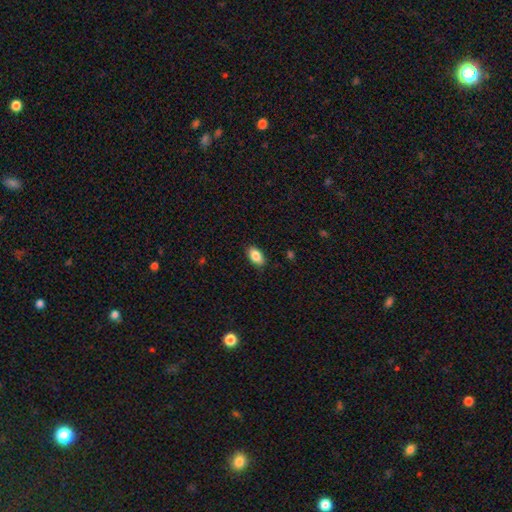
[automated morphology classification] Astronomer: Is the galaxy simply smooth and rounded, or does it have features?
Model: smooth — 86%.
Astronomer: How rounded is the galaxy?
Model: in between — 92%.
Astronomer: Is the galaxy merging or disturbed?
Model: none — 87%.